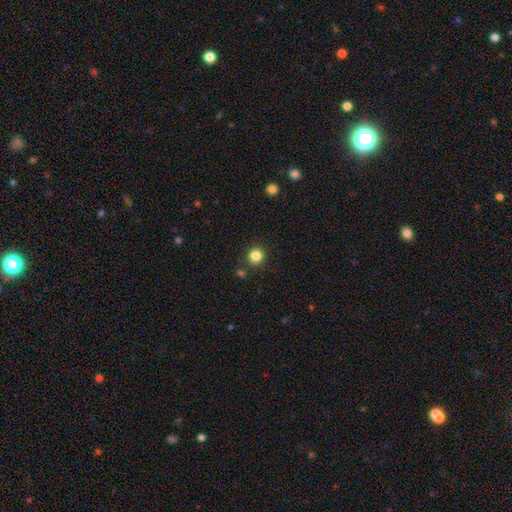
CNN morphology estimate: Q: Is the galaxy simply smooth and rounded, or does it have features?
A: smooth — 84%.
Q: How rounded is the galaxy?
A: round — 93%.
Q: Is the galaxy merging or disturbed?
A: none — 88%.